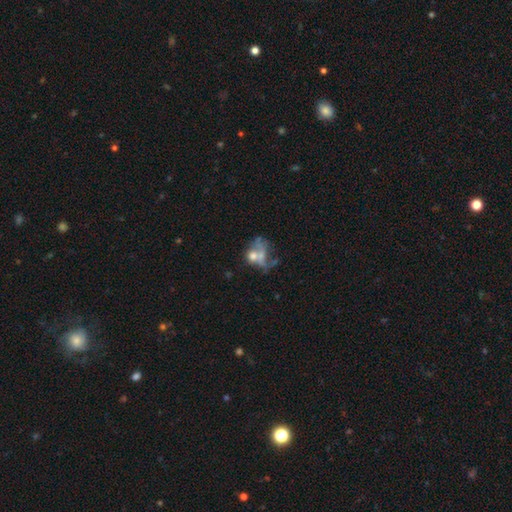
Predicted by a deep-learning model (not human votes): Morphology: type=featured or disk (44%); merging=major disturbance (33%).